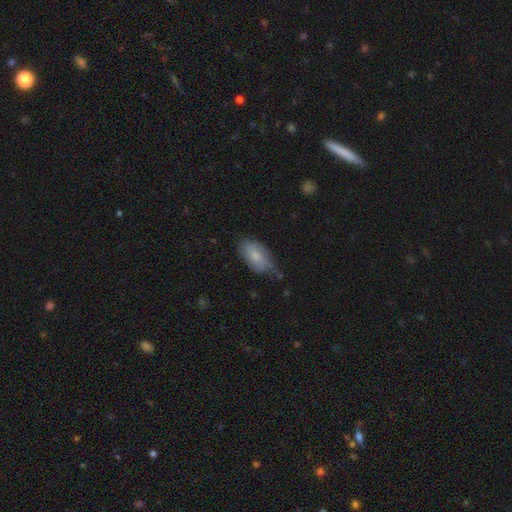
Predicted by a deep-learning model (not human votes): Morphology: type=smooth (75%); roundness=in between (92%); merging=none (53%).